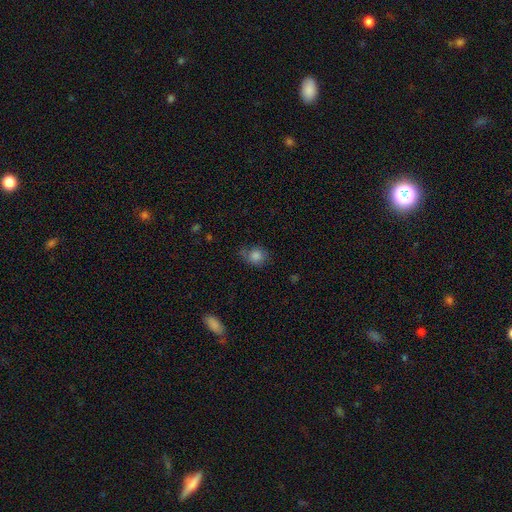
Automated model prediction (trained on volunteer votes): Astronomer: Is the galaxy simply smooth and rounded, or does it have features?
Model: smooth — 81%.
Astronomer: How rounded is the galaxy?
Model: round — 67%.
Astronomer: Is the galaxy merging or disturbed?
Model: none — 56%.